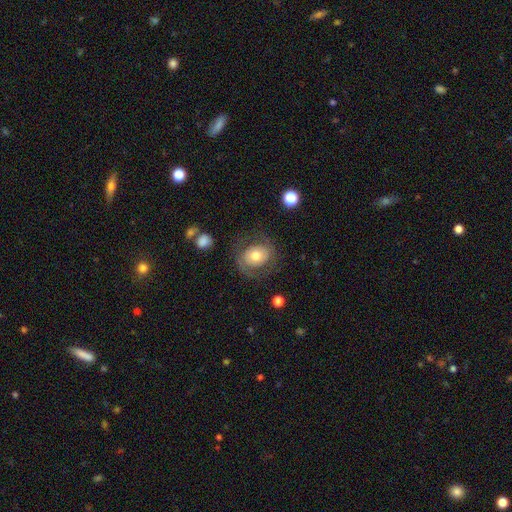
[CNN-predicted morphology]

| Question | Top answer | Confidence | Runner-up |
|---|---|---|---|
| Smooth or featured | featured or disk | 52% | smooth (40%) |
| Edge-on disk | no | 97% | yes (3%) |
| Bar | no | 76% | weak (19%) |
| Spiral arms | yes | 68% | no (32%) |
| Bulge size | moderate | 67% | large (16%) |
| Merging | none | 67% | minor disturbance (16%) |